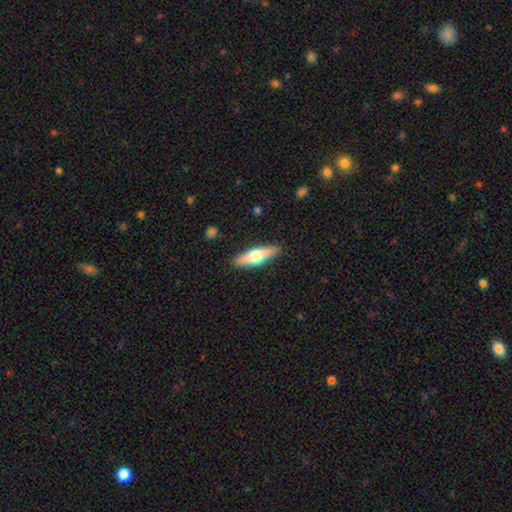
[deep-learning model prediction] A smooth galaxy with no disk features (50%).

Vote fractions:
- Smooth or featured? smooth: 50% / featured or disk: 45% / star or artifact: 5%
- Merging? none: 89% / minor disturbance: 8% / major disturbance: 2% / merger: 1%